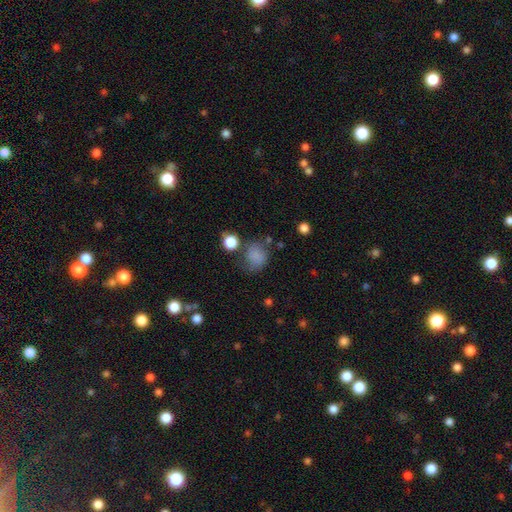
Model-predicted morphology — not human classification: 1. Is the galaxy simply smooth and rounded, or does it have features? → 78% smooth, 12% star or artifact, 10% featured or disk.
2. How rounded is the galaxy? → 66% round, 33% in between, 1% cigar-shaped.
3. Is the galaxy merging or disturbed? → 55% none, 25% minor disturbance, 13% major disturbance, 7% merger.